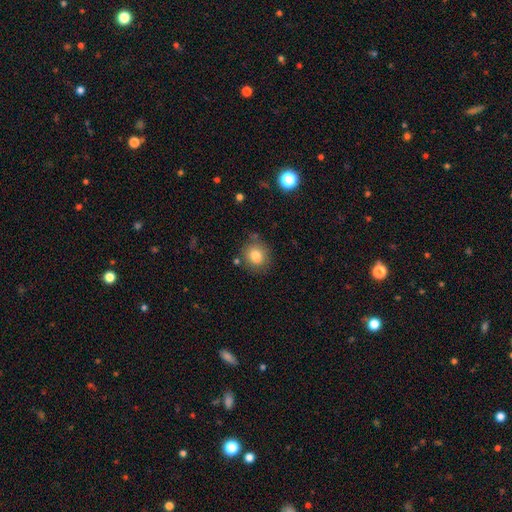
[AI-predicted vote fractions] smooth_or_featured: smooth (p=0.83) [alt: star or artifact p=0.09]
how_rounded: round (p=0.73) [alt: in between p=0.26]
merging: none (p=0.79) [alt: minor disturbance p=0.13]